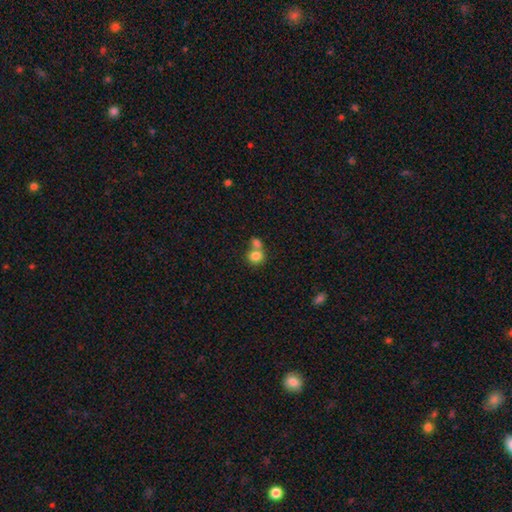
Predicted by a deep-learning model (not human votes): The model was most divided on "merging": merger: 50%, none: 40%, minor disturbance: 7%, major disturbance: 3%. More confident: how rounded — round (82%); smooth or featured — smooth (81%).